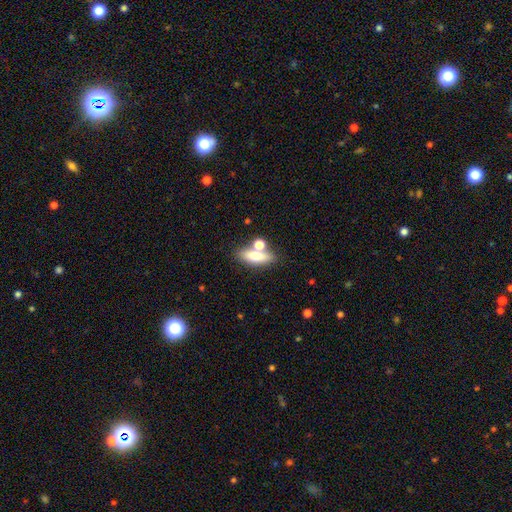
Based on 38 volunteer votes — Q: Smooth or featured?
A: smooth (58%); runner-up: featured or disk (34%)
Q: How rounded?
A: in between (64%); runner-up: cigar-shaped (27%)
Q: Merging?
A: none (49%); runner-up: merger (46%)